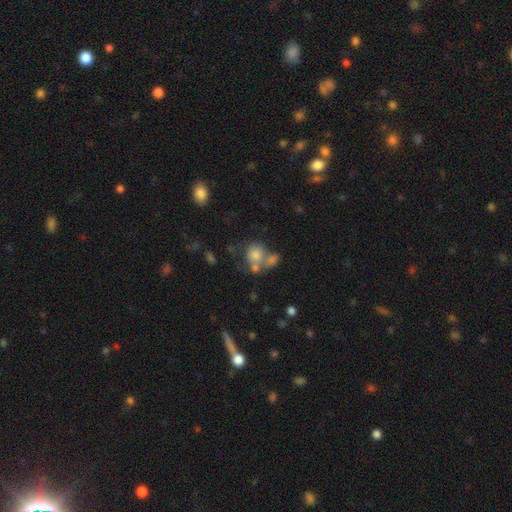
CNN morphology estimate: This appears to be a smooth galaxy with no disk features (73%) that is round (73%). Merging: merger (45%).